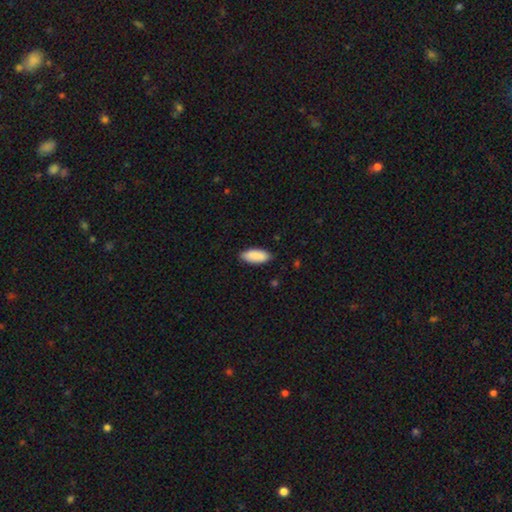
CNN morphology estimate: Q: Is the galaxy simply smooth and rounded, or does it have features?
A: smooth — 90%.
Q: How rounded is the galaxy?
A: in between — 84%.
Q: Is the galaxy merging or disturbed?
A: none — 86%.